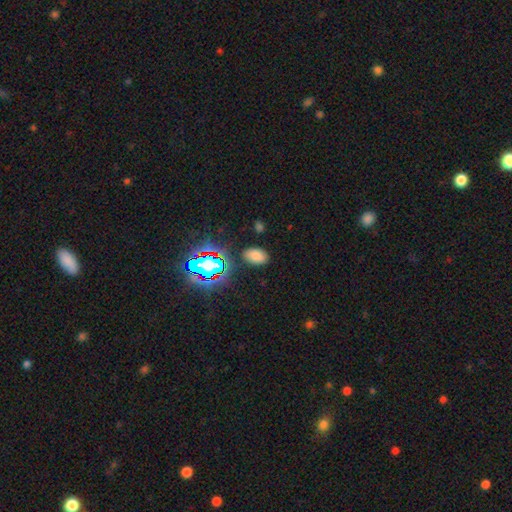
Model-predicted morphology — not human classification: Smooth or featured? Predicted: smooth (p=0.72). How rounded? Predicted: in between (p=0.90). Merging? Predicted: none (p=0.85).